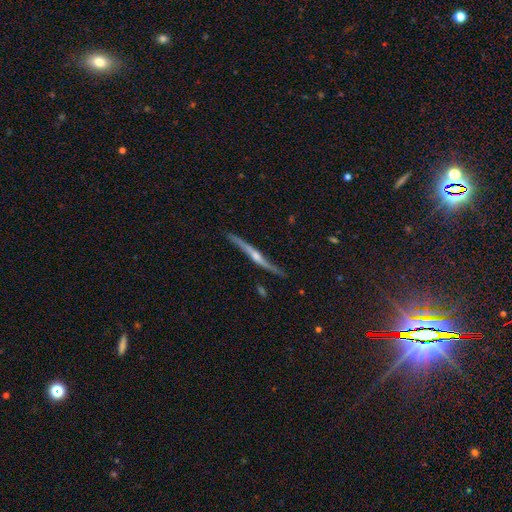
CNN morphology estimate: This appears to be a featured or disk galaxy (84%) viewed edge-on (96%) with a rounded central bulge (83%). Merging: none (86%).